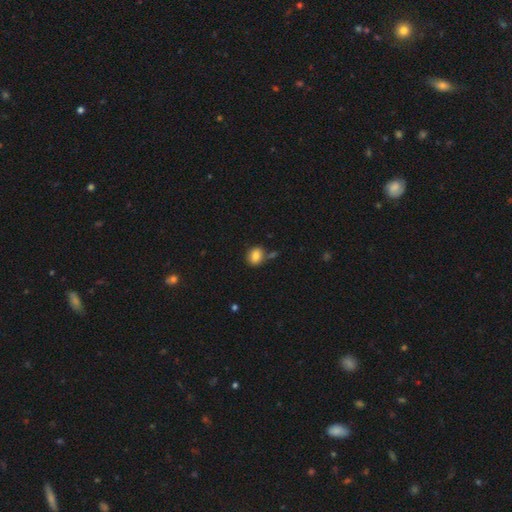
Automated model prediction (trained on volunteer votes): Smooth or featured: smooth — 82% (star or artifact — 10%)
How rounded: round — 57% (in between — 42%)
Merging: none — 71% (minor disturbance — 14%)